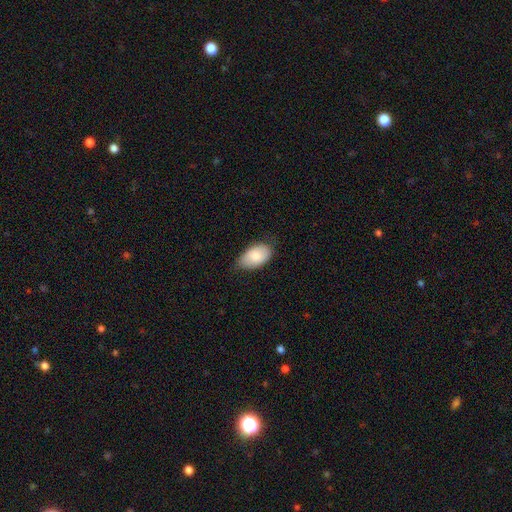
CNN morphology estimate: Smooth or featured: smooth — 84% (featured or disk — 10%)
How rounded: in between — 94% (round — 5%)
Merging: none — 69% (minor disturbance — 26%)